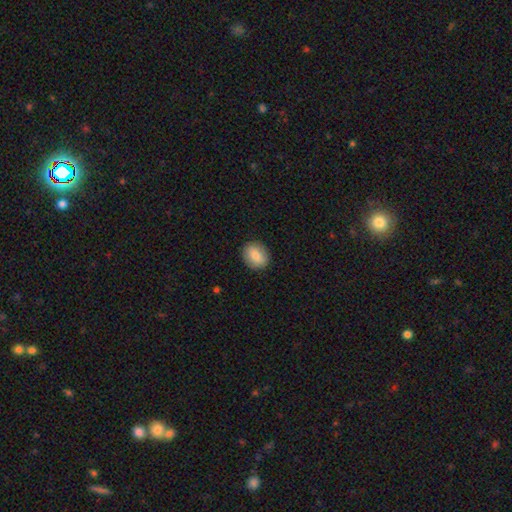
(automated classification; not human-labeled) The model was most divided on "how rounded": round: 54%, in between: 44%, cigar-shaped: 1%. More confident: merging — none (88%); smooth or featured — smooth (80%).